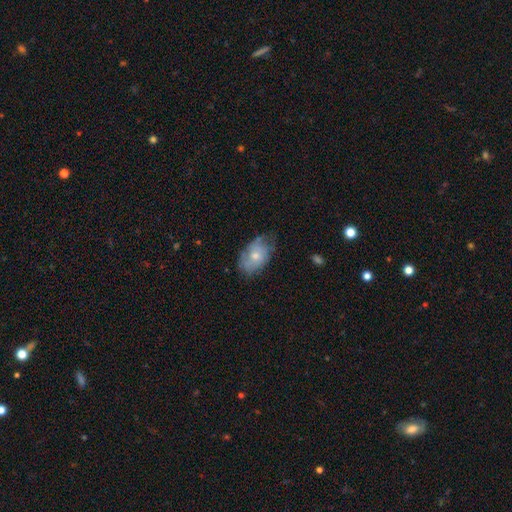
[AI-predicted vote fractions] A smooth galaxy with no disk features (54%) that is in between round and cigar-shaped (88%). Merging: none (52%).